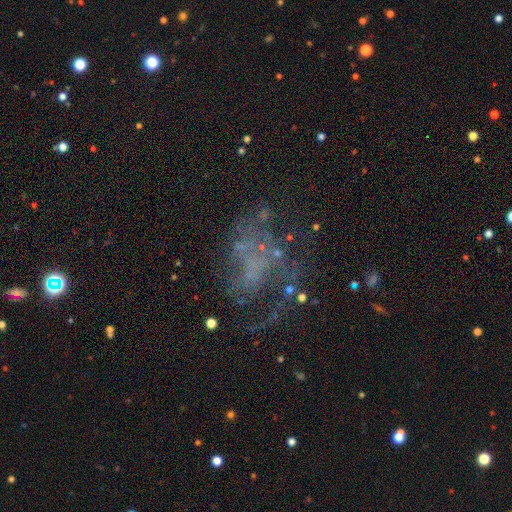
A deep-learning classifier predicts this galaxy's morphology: This is possibly a featured or disk galaxy (54%). It is clearly not viewed edge-on (97%). Bar: clearly no (90%). Spiral arm pattern: clearly no (80%). Central bulge: clearly none (82%). Merging: marginally none (42%).